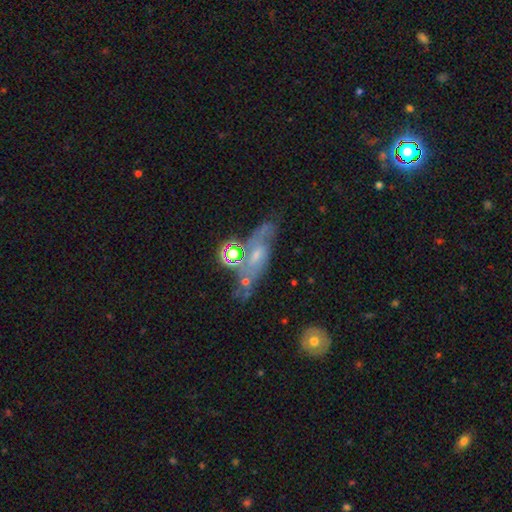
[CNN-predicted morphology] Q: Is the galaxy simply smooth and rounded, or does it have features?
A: featured or disk — 54%.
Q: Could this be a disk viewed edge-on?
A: no — 82%.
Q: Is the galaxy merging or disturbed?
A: none — 49%.